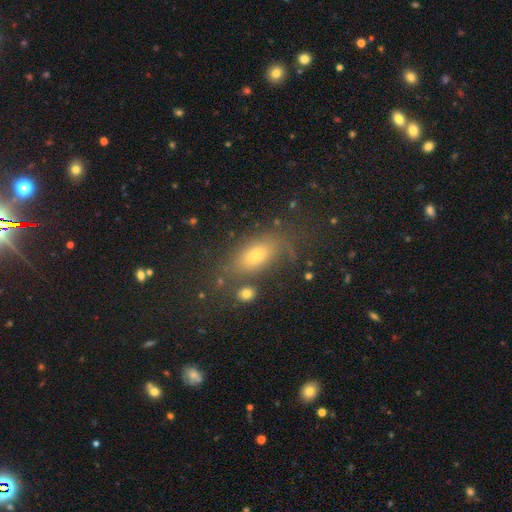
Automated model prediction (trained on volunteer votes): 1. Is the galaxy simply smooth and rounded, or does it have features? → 71% smooth, 16% featured or disk, 13% star or artifact.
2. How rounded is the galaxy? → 82% in between, 12% cigar-shaped, 6% round.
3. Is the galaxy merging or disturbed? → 67% none, 18% minor disturbance, 9% major disturbance, 6% merger.